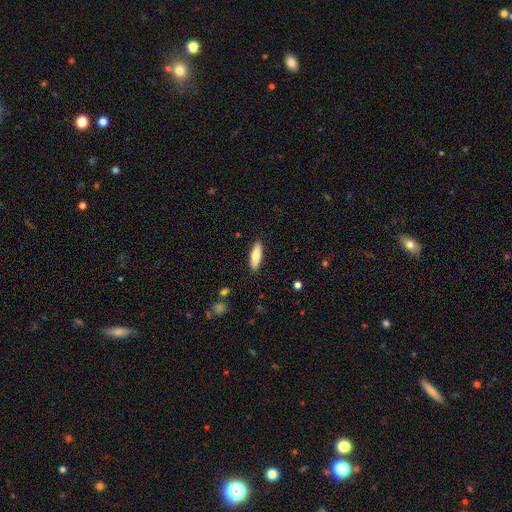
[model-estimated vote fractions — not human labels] This appears to be a smooth galaxy with no disk features (70%) that is in between round and cigar-shaped (53%). Merging: none (89%).